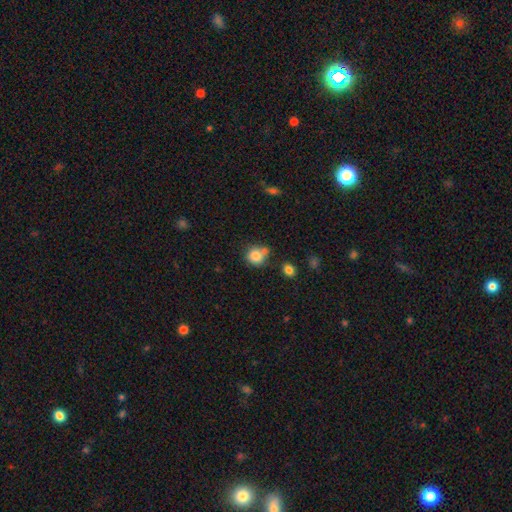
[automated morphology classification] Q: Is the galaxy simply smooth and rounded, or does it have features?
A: smooth — 82%.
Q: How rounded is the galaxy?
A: round — 81%.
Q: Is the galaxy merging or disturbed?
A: none — 55%.